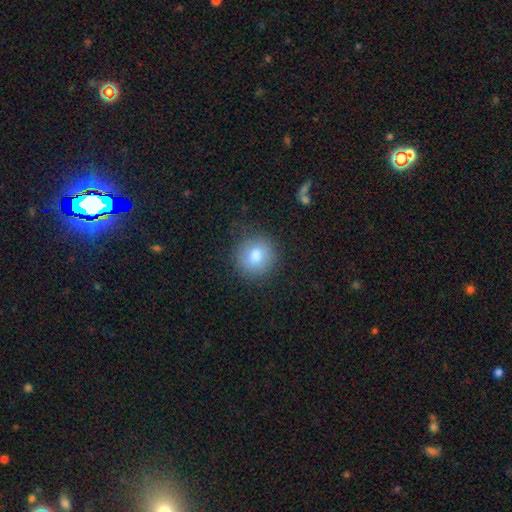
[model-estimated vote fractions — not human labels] Smooth or featured?
  - smooth: 81% *
  - featured or disk: 10%
  - star or artifact: 9%
How rounded?
  - round: 91% *
  - in between: 8%
  - cigar-shaped: 1%
Merging?
  - none: 85% *
  - minor disturbance: 10%
  - major disturbance: 3%
  - merger: 1%